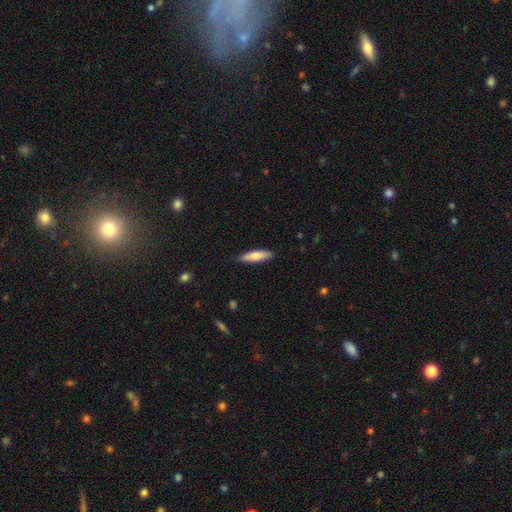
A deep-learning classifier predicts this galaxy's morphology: Q: Smooth or featured?
A: smooth (73%); runner-up: featured or disk (22%)
Q: How rounded?
A: cigar-shaped (75%); runner-up: in between (24%)
Q: Merging?
A: none (85%); runner-up: minor disturbance (12%)